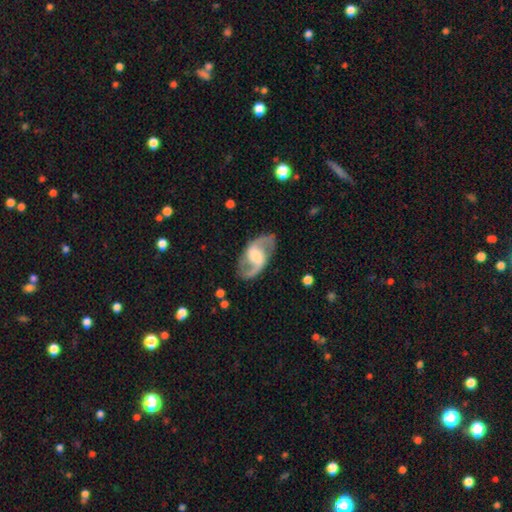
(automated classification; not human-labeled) Overall: featured or disk (85%). Edge-on disk: no (96%). Bar: weak (48%; strong 27%). Spiral arms: yes (94%). Spiral arm count: 2 (92%). Spiral winding: medium (50%; loose 37%). Bulge size: moderate (40%; small 24%). Merging: none (81%).